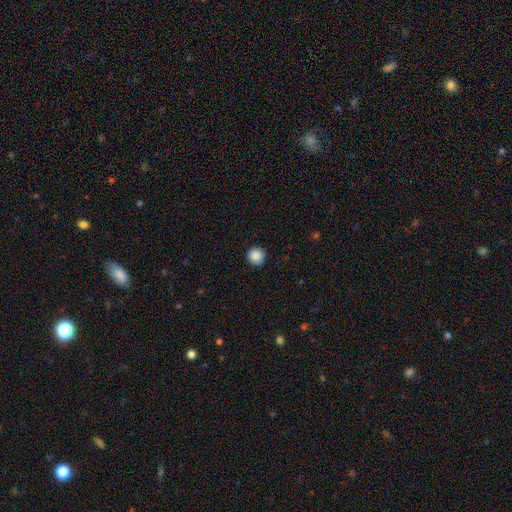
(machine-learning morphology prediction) smooth-or-featured: smooth: 88% | star or artifact: 9% | featured or disk: 3%
  how-rounded: round: 96% | in between: 3% | cigar-shaped: 1%
  merging: none: 92% | minor disturbance: 5% | major disturbance: 2% | merger: 1%